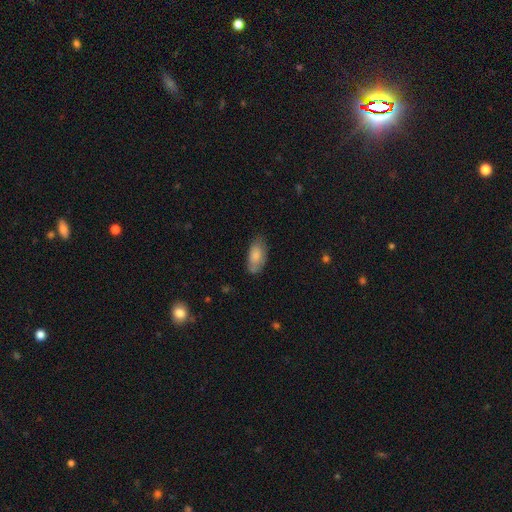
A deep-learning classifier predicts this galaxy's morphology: A smooth galaxy with no disk features (80%) that is in between round and cigar-shaped (91%). Merging: none (70%).